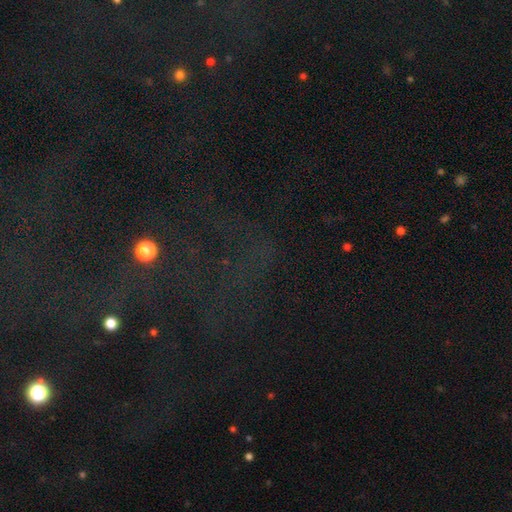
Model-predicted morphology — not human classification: Smooth or featured: star or artifact — 70% (smooth — 17%)